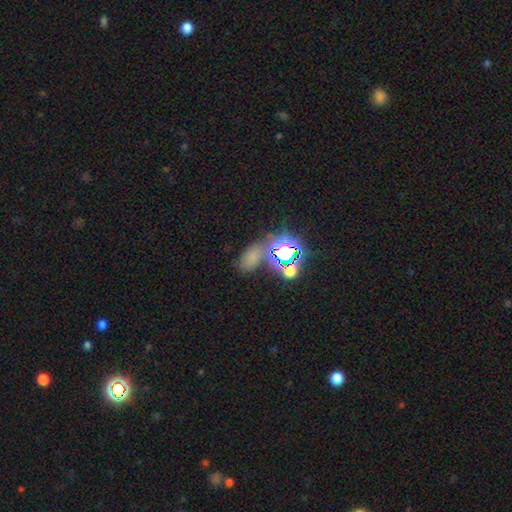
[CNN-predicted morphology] Smooth or featured? Predicted: star or artifact (p=0.55).